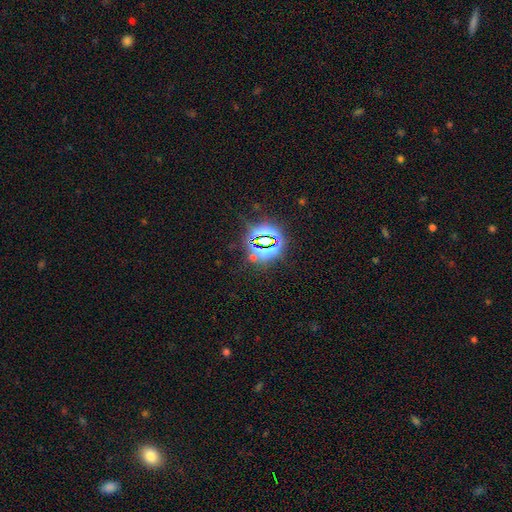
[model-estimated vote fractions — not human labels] This appears to be a star or artifact, not a galaxy (79%).